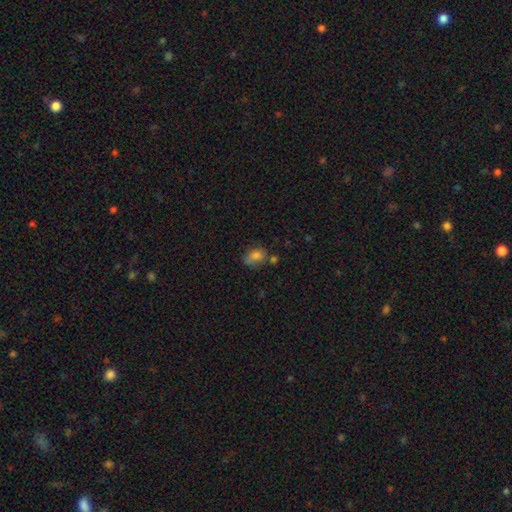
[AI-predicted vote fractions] Smooth or featured? smooth (79%)
How rounded? in between (76%)
Merging? none (45%)